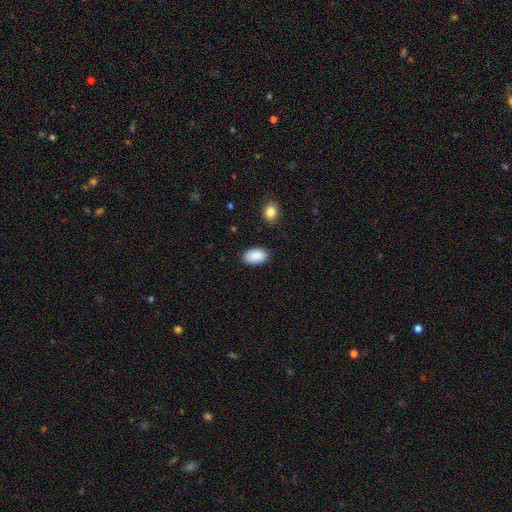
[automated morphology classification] Smooth or featured? smooth (90%)
How rounded? in between (94%)
Merging? none (86%)